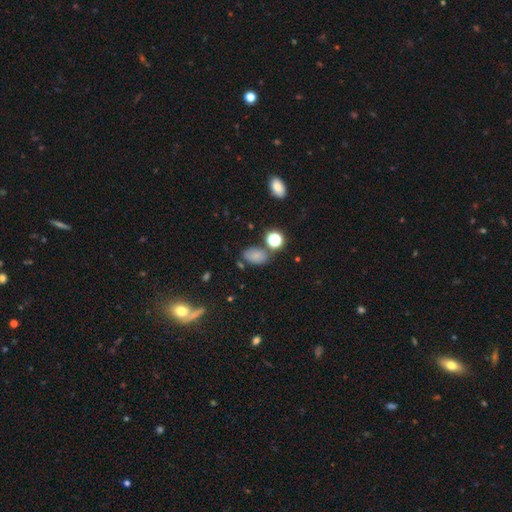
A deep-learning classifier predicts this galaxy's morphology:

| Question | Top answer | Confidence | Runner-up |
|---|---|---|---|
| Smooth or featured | smooth | 71% | star or artifact (18%) |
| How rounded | in between | 85% | round (13%) |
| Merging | none | 69% | minor disturbance (17%) |